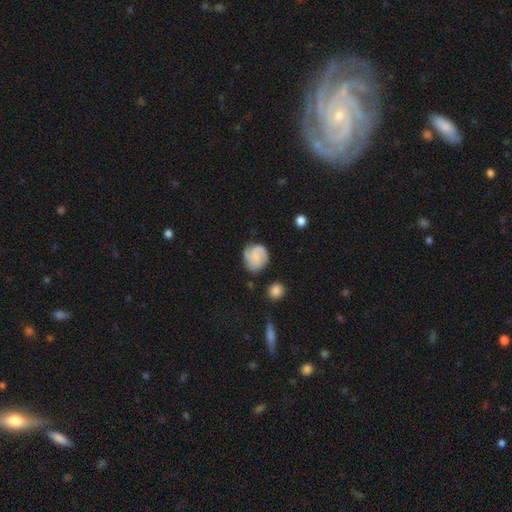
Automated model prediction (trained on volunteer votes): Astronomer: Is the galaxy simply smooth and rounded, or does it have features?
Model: featured or disk — 52% (runner-up: smooth, 40%).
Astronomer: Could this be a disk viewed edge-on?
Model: no — 98%.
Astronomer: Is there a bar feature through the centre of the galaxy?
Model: no — 60%.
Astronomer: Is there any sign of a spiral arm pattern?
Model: yes — 91%.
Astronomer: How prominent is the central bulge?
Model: none — 45% (runner-up: small, 38%).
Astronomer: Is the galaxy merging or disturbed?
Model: none — 67%.